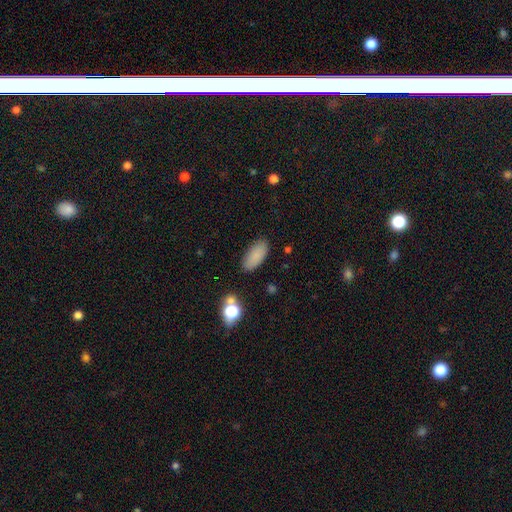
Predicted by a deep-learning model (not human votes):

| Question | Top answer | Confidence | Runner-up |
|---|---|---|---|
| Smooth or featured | smooth | 86% | star or artifact (9%) |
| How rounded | in between | 85% | cigar-shaped (13%) |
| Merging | none | 85% | minor disturbance (10%) |